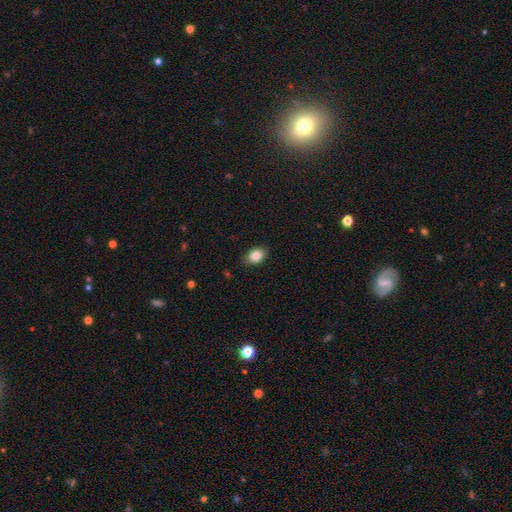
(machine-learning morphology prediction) smooth 85%, star or artifact 8%, featured or disk 8%. Down the decision tree: how rounded — in between (85%); merging — none (87%).